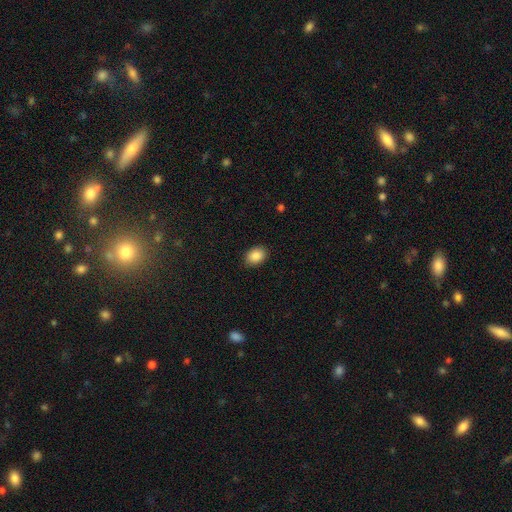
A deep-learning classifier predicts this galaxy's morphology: A smooth galaxy with no disk features (87%) that is in between round and cigar-shaped (77%).

Vote fractions:
- Smooth or featured? smooth: 87% / star or artifact: 8% / featured or disk: 5%
- How rounded? in between: 77% / round: 22% / cigar-shaped: 1%
- Merging? none: 88% / minor disturbance: 9% / major disturbance: 2% / merger: 1%